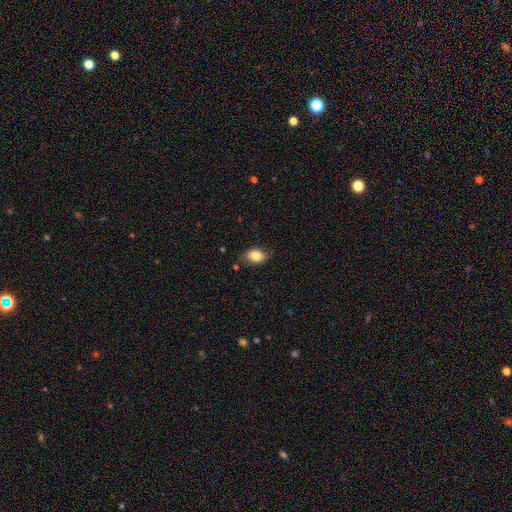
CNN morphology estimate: Smooth or featured? smooth (82%)
How rounded? in between (81%)
Merging? none (74%)